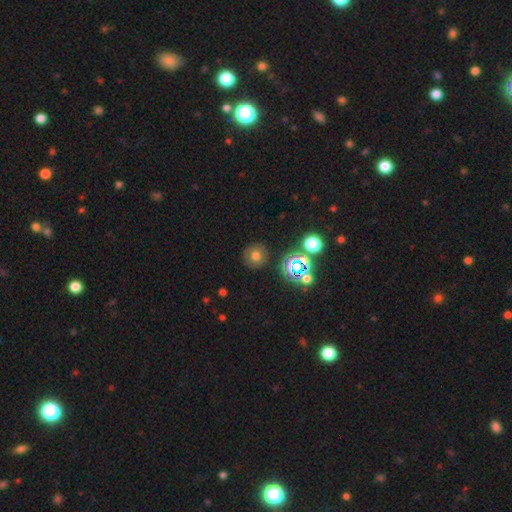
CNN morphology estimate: A smooth galaxy with no disk features (61%) that is round (91%).

Vote fractions:
- Smooth or featured? smooth: 61% / star or artifact: 21% / featured or disk: 17%
- How rounded? round: 91% / in between: 8% / cigar-shaped: 1%
- Merging? none: 85% / minor disturbance: 9% / major disturbance: 4% / merger: 3%